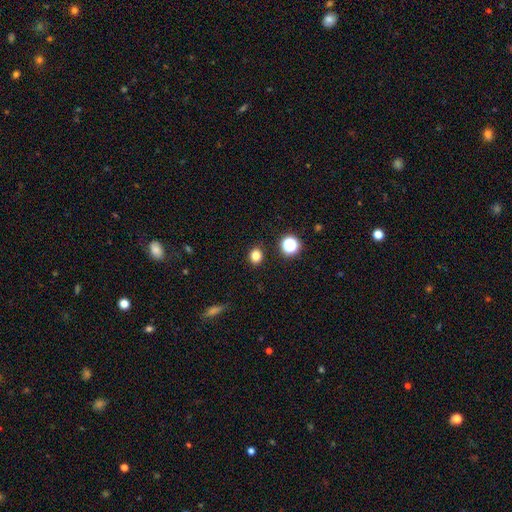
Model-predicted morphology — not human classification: A smooth galaxy with no disk features (81%) that is round (64%). Merging: none (89%).